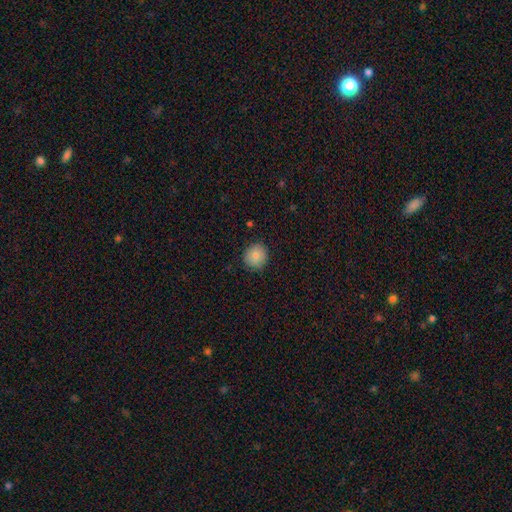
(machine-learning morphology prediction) smooth_or_featured: smooth (p=0.85) [alt: star or artifact p=0.08]
how_rounded: round (p=0.87) [alt: in between p=0.12]
merging: none (p=0.86) [alt: minor disturbance p=0.10]